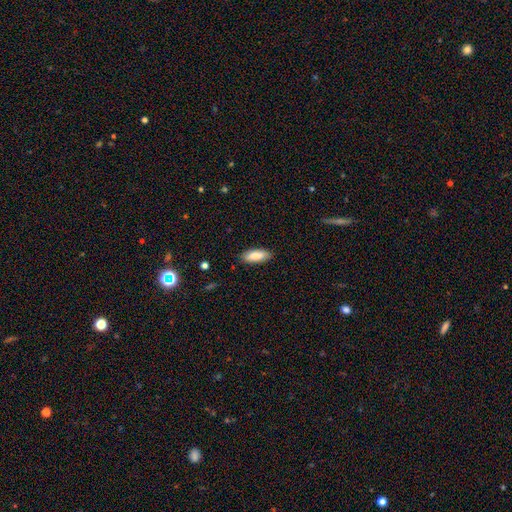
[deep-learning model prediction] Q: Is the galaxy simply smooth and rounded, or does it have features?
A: smooth — 86%.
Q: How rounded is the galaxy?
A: in between — 75%.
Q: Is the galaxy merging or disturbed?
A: none — 87%.